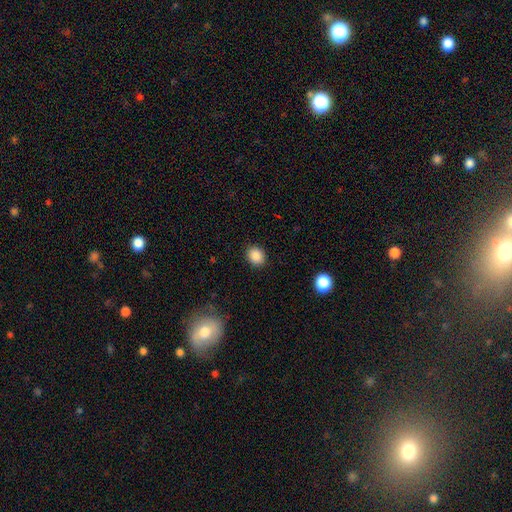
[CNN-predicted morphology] smooth-or-featured: smooth: 88% | star or artifact: 9% | featured or disk: 3%
  how-rounded: round: 62% | in between: 37% | cigar-shaped: 1%
  merging: none: 90% | minor disturbance: 7% | major disturbance: 2% | merger: 1%